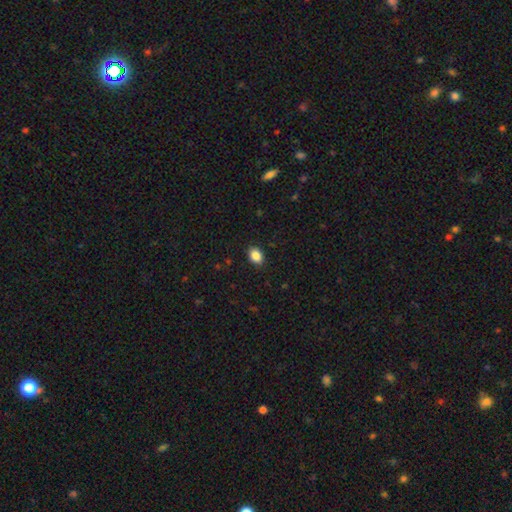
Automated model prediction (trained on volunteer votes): Smooth or featured? Predicted: smooth (p=0.88). How rounded? Predicted: in between (p=0.69). Merging? Predicted: none (p=0.90).